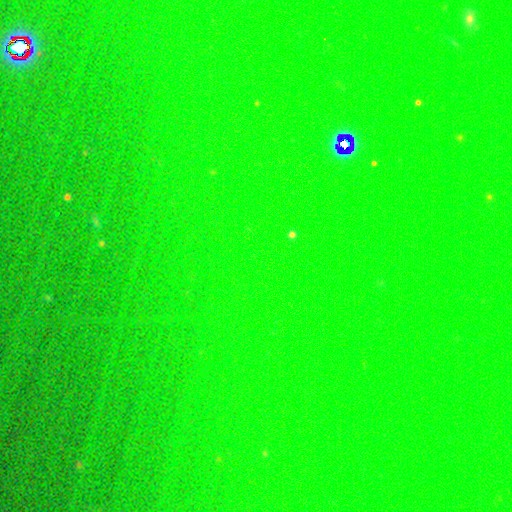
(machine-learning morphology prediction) Smooth or featured? star or artifact (77%)